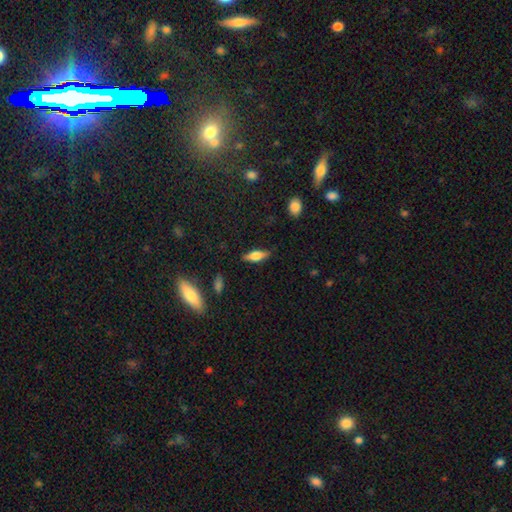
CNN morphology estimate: Smooth or featured? smooth (52%)
How rounded? in between (57%)
Merging? none (83%)